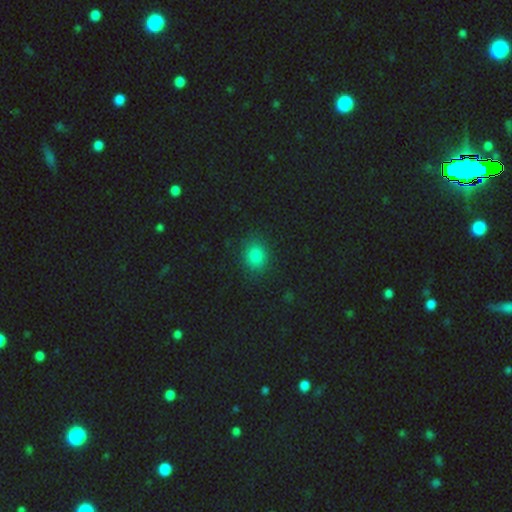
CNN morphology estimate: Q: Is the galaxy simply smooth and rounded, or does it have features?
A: smooth — 81%.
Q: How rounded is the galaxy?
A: round — 62%.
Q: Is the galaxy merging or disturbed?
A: none — 88%.